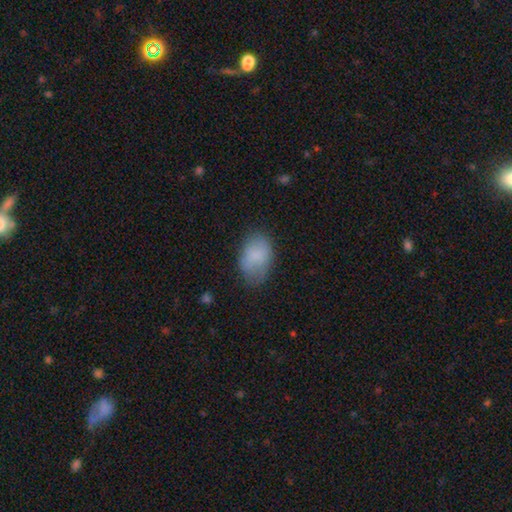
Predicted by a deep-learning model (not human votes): This appears to be a smooth galaxy with no disk features (81%) that is in between round and cigar-shaped (86%). Merging: none (63%).